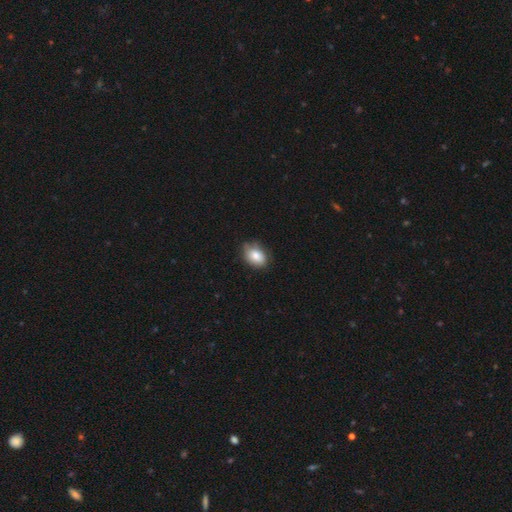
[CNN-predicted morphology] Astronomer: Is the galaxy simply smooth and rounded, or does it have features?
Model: smooth — 81%.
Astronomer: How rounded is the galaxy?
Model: in between — 76%.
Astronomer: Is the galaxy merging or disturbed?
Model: none — 68%.